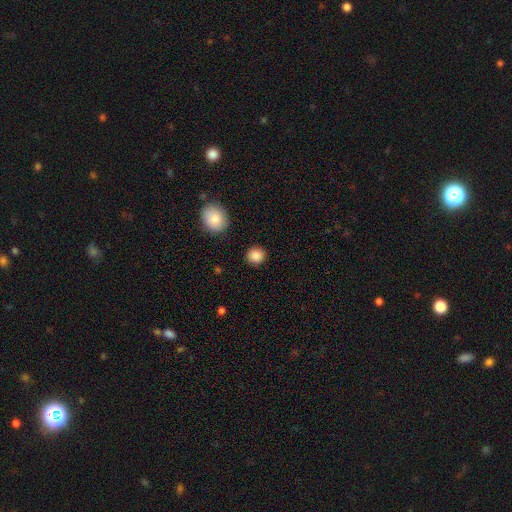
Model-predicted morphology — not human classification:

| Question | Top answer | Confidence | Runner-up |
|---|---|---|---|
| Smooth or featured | smooth | 88% | star or artifact (9%) |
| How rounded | round | 89% | in between (10%) |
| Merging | none | 90% | minor disturbance (6%) |